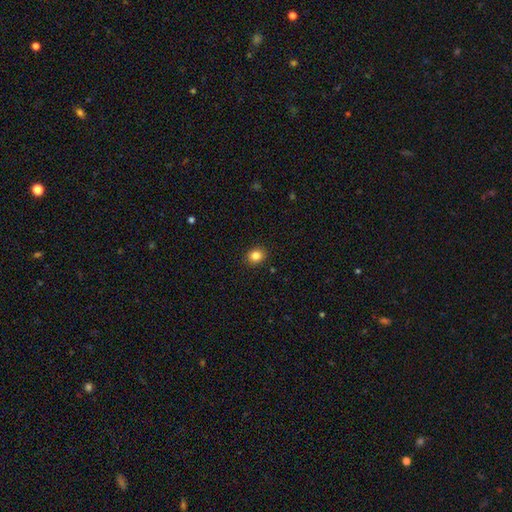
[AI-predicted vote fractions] smooth 85%, star or artifact 10%, featured or disk 5%. Down the decision tree: how rounded — round (63%); merging — none (90%).